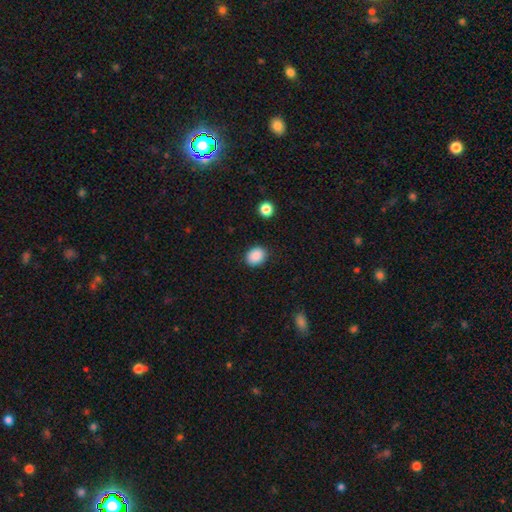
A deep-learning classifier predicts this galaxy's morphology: This appears to be a smooth galaxy with no disk features (89%) that is round (50%, tied with in between). Merging: none (88%).